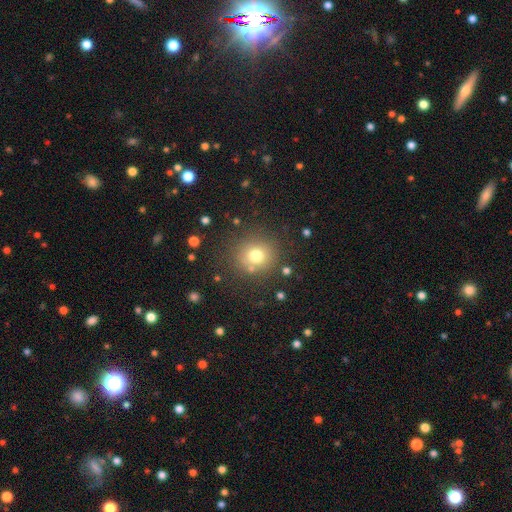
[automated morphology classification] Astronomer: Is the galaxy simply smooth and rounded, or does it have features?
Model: smooth — 73%.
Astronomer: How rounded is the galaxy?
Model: round — 88%.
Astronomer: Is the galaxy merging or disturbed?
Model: none — 79%.